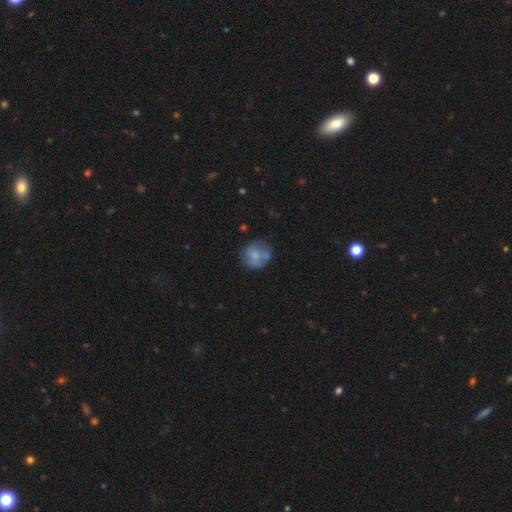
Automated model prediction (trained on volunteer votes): A smooth galaxy with no disk features (65%) that is round (83%).

Vote fractions:
- Smooth or featured? smooth: 65% / featured or disk: 27% / star or artifact: 8%
- How rounded? round: 83% / in between: 16% / cigar-shaped: 1%
- Merging? none: 62% / minor disturbance: 22% / major disturbance: 9% / merger: 7%